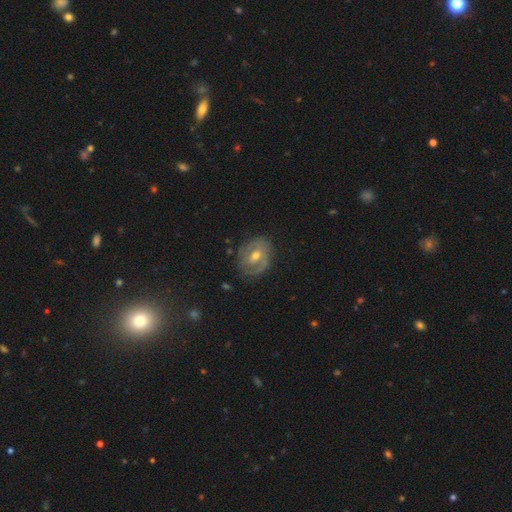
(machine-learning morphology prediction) Smooth or featured: featured or disk — 77% (smooth — 16%)
Edge-on disk: no — 96% (yes — 4%)
Bar: weak — 48% (no — 36%)
Spiral arms: yes — 85% (no — 15%)
Spiral winding: tight — 55% (medium — 33%)
Spiral arm count: 2 — 61% (can't tell — 19%)
Bulge size: moderate — 67% (small — 28%)
Merging: none — 73% (minor disturbance — 19%)